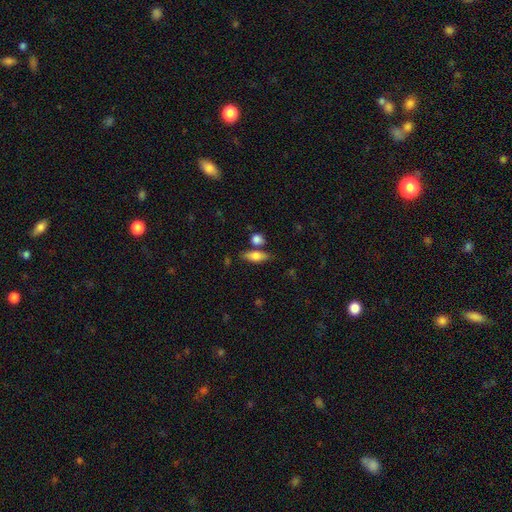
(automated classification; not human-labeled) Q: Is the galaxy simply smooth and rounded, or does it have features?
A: smooth — 69%.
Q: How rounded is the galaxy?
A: in between — 67%.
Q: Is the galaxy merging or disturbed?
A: none — 68%.